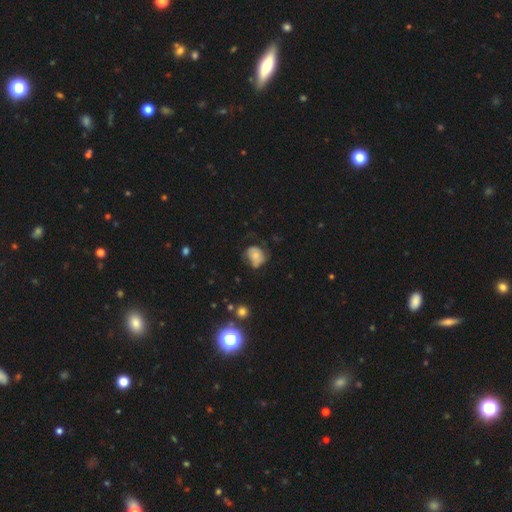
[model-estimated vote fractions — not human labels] Smooth or featured?
  - smooth: 61% *
  - featured or disk: 30%
  - star or artifact: 10%
How rounded?
  - round: 55% *
  - in between: 44%
  - cigar-shaped: 1%
Merging?
  - none: 44% *
  - minor disturbance: 36%
  - major disturbance: 17%
  - merger: 3%